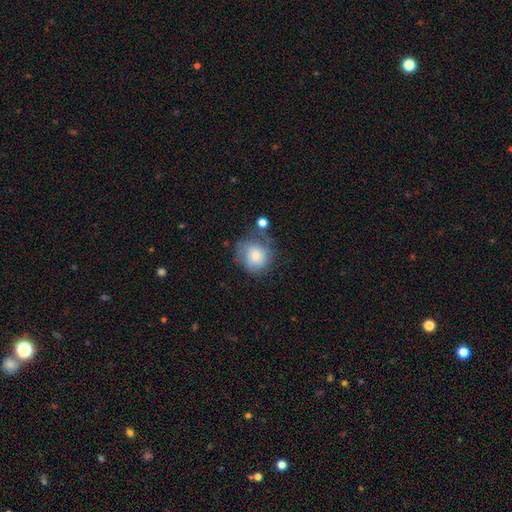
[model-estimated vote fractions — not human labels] Smooth or featured? smooth (73%)
How rounded? round (82%)
Merging? none (51%)